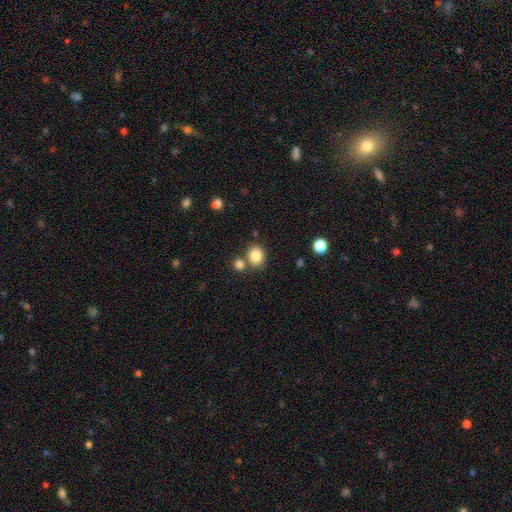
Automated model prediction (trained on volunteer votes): smooth_or_featured: smooth (p=0.84) [alt: star or artifact p=0.10]
how_rounded: round (p=0.62) [alt: in between p=0.37]
merging: none (p=0.67) [alt: merger p=0.20]